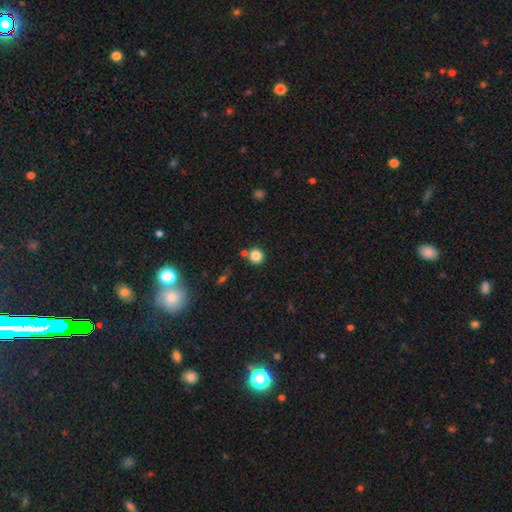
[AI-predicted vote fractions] Morphology: type=smooth (84%); roundness=round (93%); merging=none (75%).